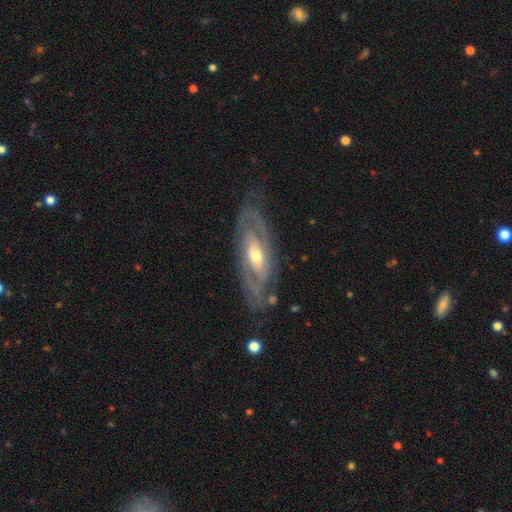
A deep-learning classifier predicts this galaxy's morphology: Smooth or featured?
  - featured or disk: 82% *
  - smooth: 13%
  - star or artifact: 5%
Edge-on disk?
  - no: 87% *
  - yes: 13%
Bar?
  - no: 55% *
  - weak: 29%
  - strong: 15%
Spiral arms?
  - yes: 81% *
  - no: 19%
Spiral winding?
  - tight: 57% *
  - medium: 32%
  - loose: 11%
Spiral arm count?
  - 2: 59% *
  - can't tell: 28%
  - 3: 5%
  - 1: 4%
  - 4: 2%
  - more than 4: 2%
Bulge size?
  - moderate: 60% *
  - small: 33%
  - large: 5%
  - none: 1%
  - dominant: 1%
Merging?
  - none: 76% *
  - minor disturbance: 16%
  - major disturbance: 7%
  - merger: 2%